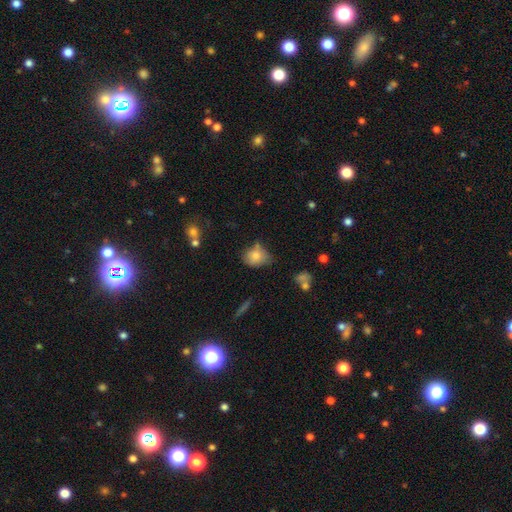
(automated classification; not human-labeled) A smooth galaxy with no disk features (76%) that is round (54%).

Vote fractions:
- Smooth or featured? smooth: 76% / featured or disk: 14% / star or artifact: 10%
- How rounded? round: 54% / in between: 44% / cigar-shaped: 1%
- Merging? none: 49% / minor disturbance: 33% / major disturbance: 10% / merger: 7%